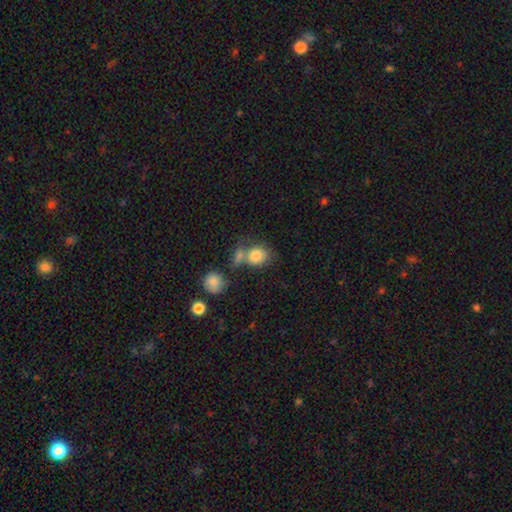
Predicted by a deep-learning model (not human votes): Smooth or featured?
  - smooth: 82% *
  - featured or disk: 9%
  - star or artifact: 9%
How rounded?
  - round: 60% *
  - in between: 38%
  - cigar-shaped: 2%
Merging?
  - none: 43% *
  - merger: 38%
  - minor disturbance: 12%
  - major disturbance: 6%